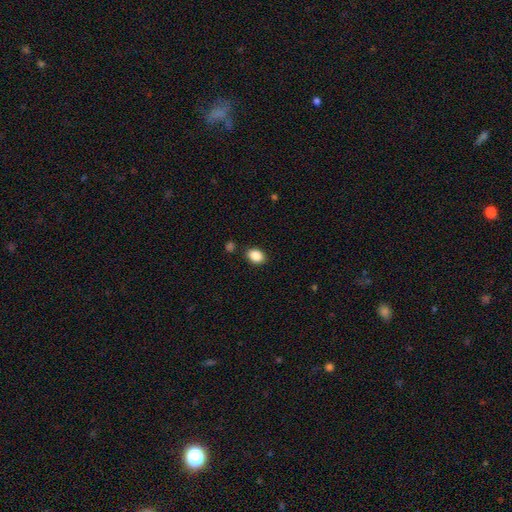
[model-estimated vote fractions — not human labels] Q: Smooth or featured?
A: smooth (87%); runner-up: star or artifact (8%)
Q: How rounded?
A: in between (74%); runner-up: round (25%)
Q: Merging?
A: none (86%); runner-up: minor disturbance (9%)